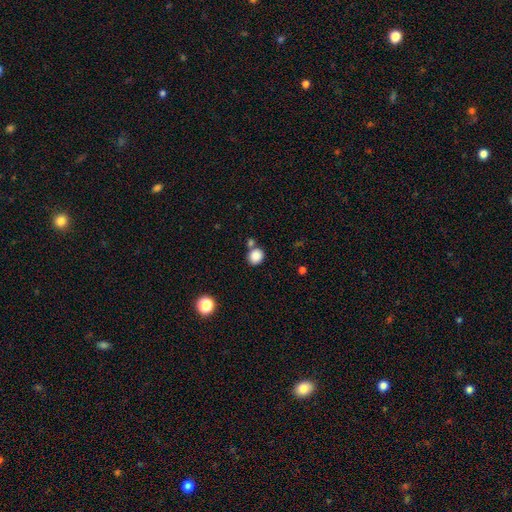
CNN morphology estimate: smooth_or_featured: smooth (p=0.86) [alt: star or artifact p=0.10]
how_rounded: round (p=0.76) [alt: in between p=0.23]
merging: none (p=0.69) [alt: merger p=0.17]